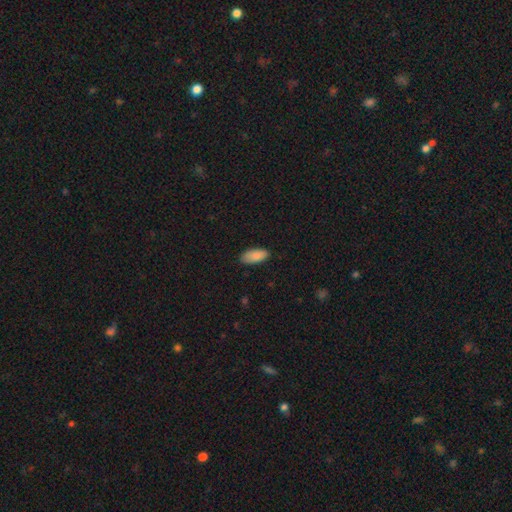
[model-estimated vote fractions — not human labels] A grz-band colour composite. It shows a smooth galaxy with no disk features (89%) that is in between round and cigar-shaped (90%). Merging: none (86%).